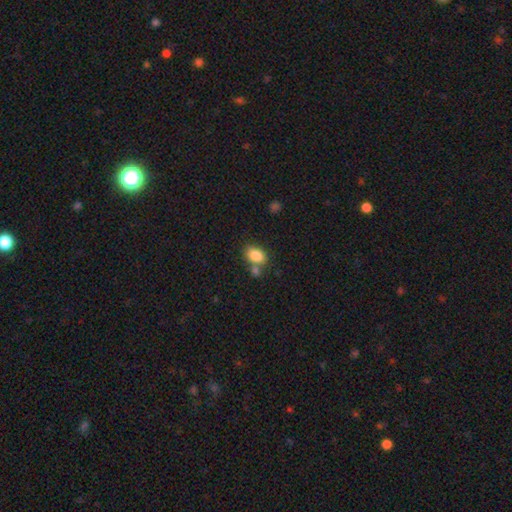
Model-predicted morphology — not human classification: smooth 85%, star or artifact 8%, featured or disk 7%. Down the decision tree: how rounded — in between (81%); merging — none (57%).